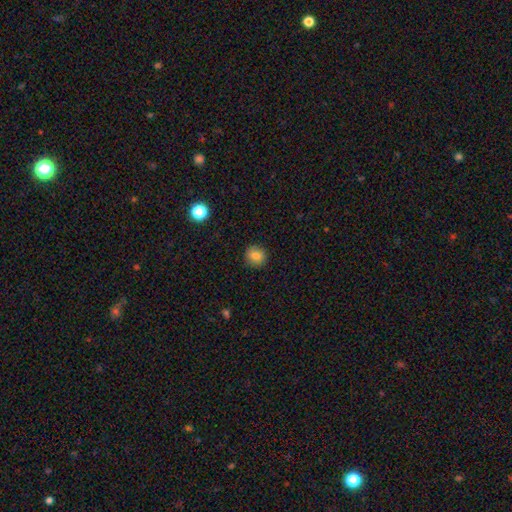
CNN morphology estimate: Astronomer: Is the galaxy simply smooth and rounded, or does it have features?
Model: smooth — 83%.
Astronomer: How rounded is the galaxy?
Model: round — 85%.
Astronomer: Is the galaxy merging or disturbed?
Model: none — 90%.